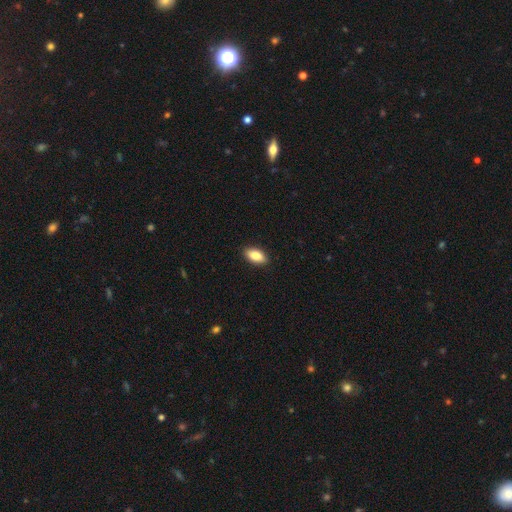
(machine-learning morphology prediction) Smooth or featured?
  - smooth: 88% *
  - star or artifact: 7%
  - featured or disk: 6%
How rounded?
  - in between: 92% *
  - cigar-shaped: 5%
  - round: 4%
Merging?
  - none: 90% *
  - minor disturbance: 8%
  - major disturbance: 2%
  - merger: 1%